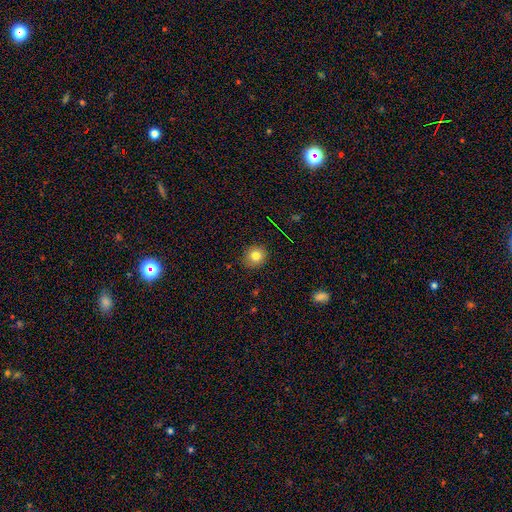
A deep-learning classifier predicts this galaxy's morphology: smooth-or-featured: smooth: 80% | star or artifact: 12% | featured or disk: 8%
  how-rounded: round: 82% | in between: 17% | cigar-shaped: 1%
  merging: none: 87% | minor disturbance: 9% | major disturbance: 2% | merger: 1%